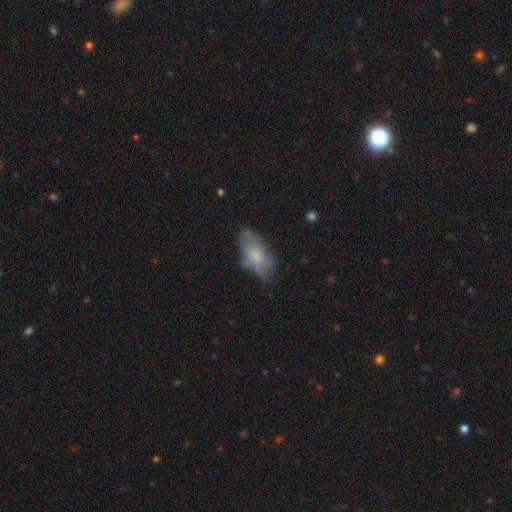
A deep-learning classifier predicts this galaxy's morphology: smooth-or-featured: smooth: 53% | featured or disk: 39% | star or artifact: 8%
  how-rounded: in between: 89% | cigar-shaped: 8% | round: 4%
  merging: none: 56% | minor disturbance: 30% | major disturbance: 13% | merger: 2%